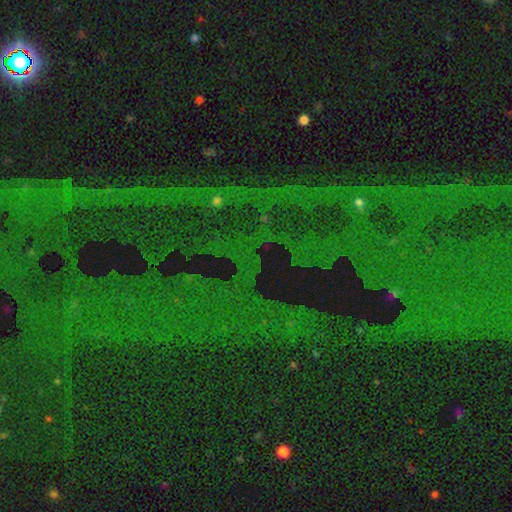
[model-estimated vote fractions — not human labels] The model was most divided on "smooth or featured": star or artifact: 83%, featured or disk: 9%, smooth: 8%.